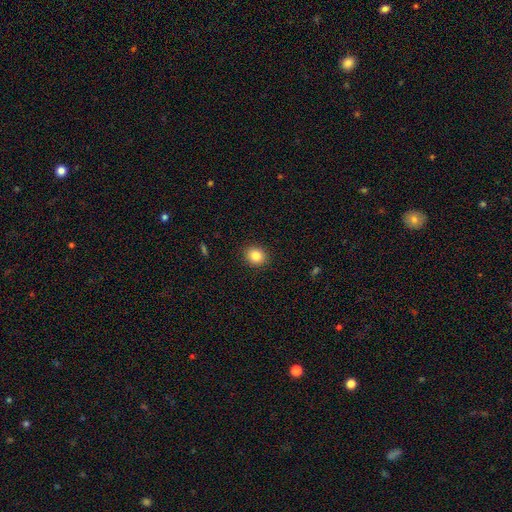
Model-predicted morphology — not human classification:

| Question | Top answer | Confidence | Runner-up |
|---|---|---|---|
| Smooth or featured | smooth | 84% | star or artifact (10%) |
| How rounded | round | 71% | in between (28%) |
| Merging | none | 91% | minor disturbance (6%) |